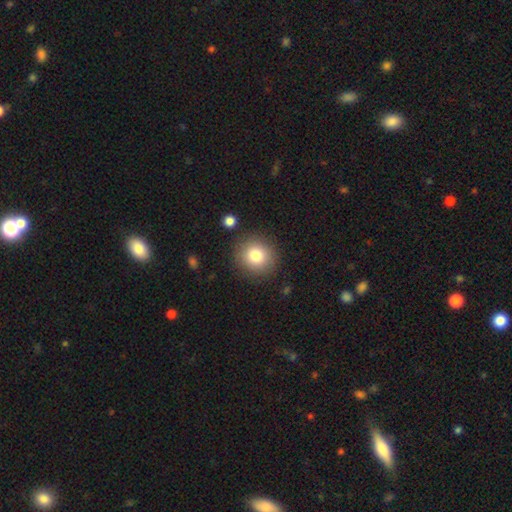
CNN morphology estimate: Q: Smooth or featured?
A: smooth (80%); runner-up: star or artifact (11%)
Q: How rounded?
A: round (89%); runner-up: in between (10%)
Q: Merging?
A: none (87%); runner-up: minor disturbance (7%)